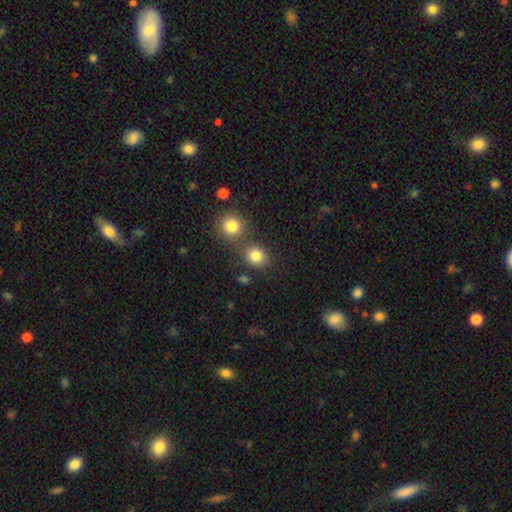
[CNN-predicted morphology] Smooth or featured? Predicted: smooth (p=0.83). How rounded? Predicted: round (p=0.74). Merging? Predicted: none (p=0.61).